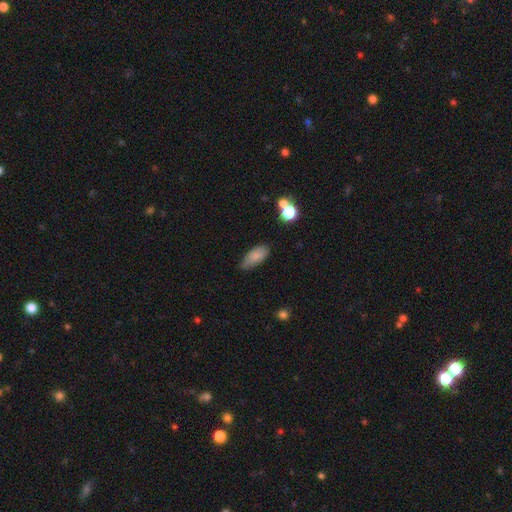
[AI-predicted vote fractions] A smooth galaxy with no disk features (83%) that is in between round and cigar-shaped (85%).

Vote fractions:
- Smooth or featured? smooth: 83% / featured or disk: 9% / star or artifact: 8%
- How rounded? in between: 85% / cigar-shaped: 12% / round: 3%
- Merging? none: 67% / minor disturbance: 25% / major disturbance: 5% / merger: 3%